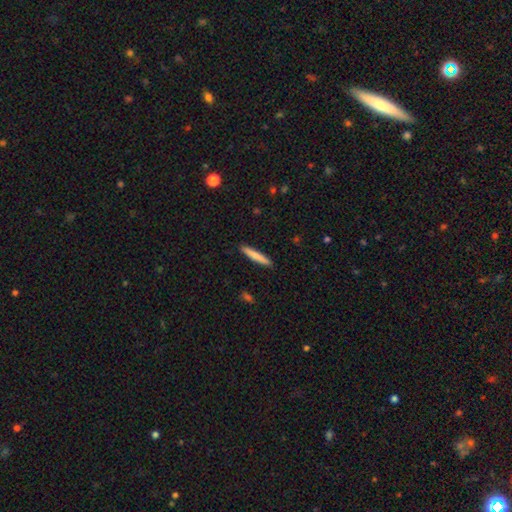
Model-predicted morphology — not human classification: smooth 78%, featured or disk 17%, star or artifact 5%. Down the decision tree: how rounded — cigar-shaped (94%); merging — none (91%).